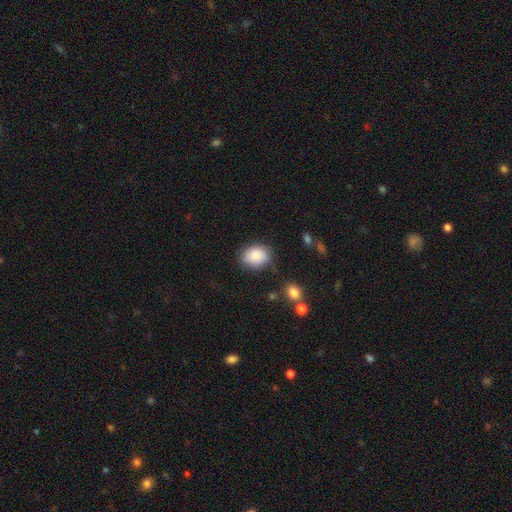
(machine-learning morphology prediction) This is clearly a smooth galaxy (87%). How rounded: likely in between (64%). Merging: likely none (75%).